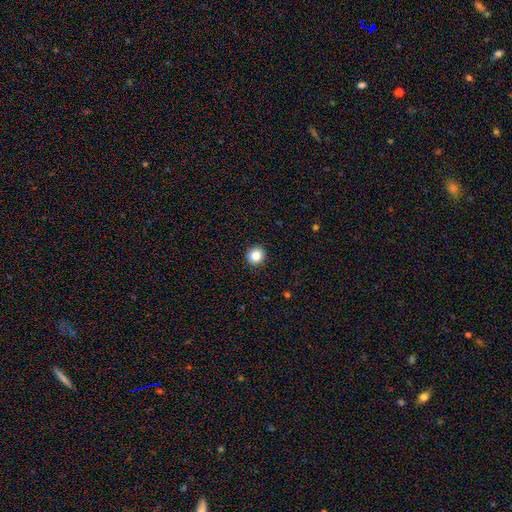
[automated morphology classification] Overall: smooth (85%). How rounded: round (92%). Merging: none (93%).